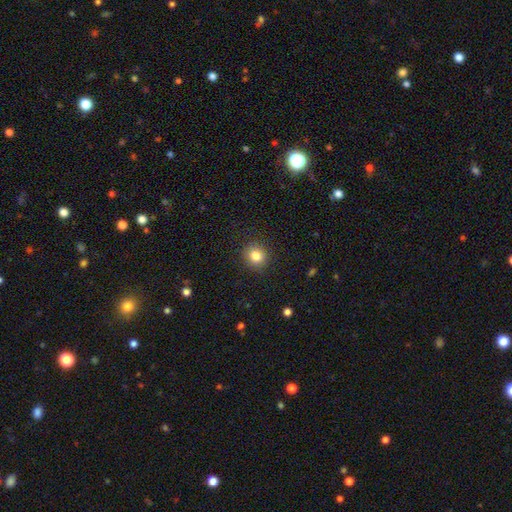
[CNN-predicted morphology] A smooth galaxy with no disk features (83%) that is round (87%).

Vote fractions:
- Smooth or featured? smooth: 83% / star or artifact: 11% / featured or disk: 7%
- How rounded? round: 87% / in between: 12% / cigar-shaped: 1%
- Merging? none: 90% / minor disturbance: 7% / major disturbance: 2% / merger: 1%